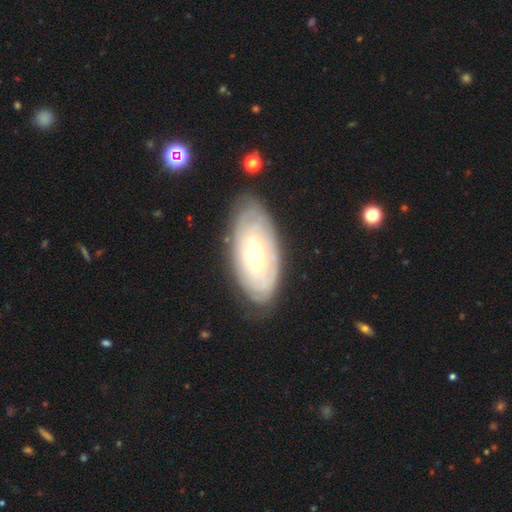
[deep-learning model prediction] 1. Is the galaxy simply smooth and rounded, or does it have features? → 67% featured or disk, 27% smooth, 6% star or artifact.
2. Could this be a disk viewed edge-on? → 91% no, 9% yes.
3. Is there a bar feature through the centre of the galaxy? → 75% no, 19% weak, 6% strong.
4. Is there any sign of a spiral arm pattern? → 76% yes, 24% no.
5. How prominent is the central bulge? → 48% moderate, 47% small, 3% large, 1% dominant, 1% none.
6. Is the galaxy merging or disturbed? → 78% none, 16% minor disturbance, 4% major disturbance, 2% merger.